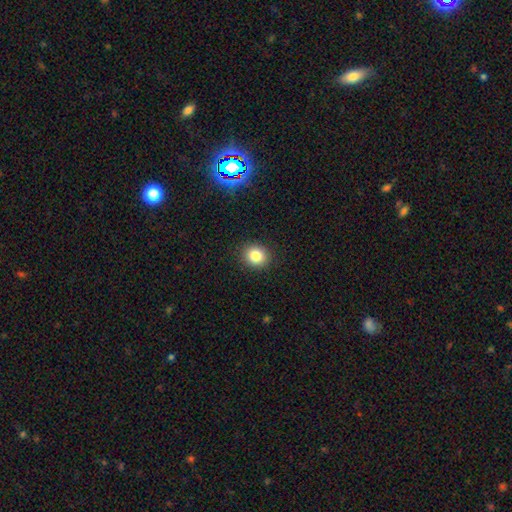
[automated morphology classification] The model was most divided on "how rounded": round: 81%, in between: 18%, cigar-shaped: 1%. More confident: merging — none (91%); smooth or featured — smooth (83%).